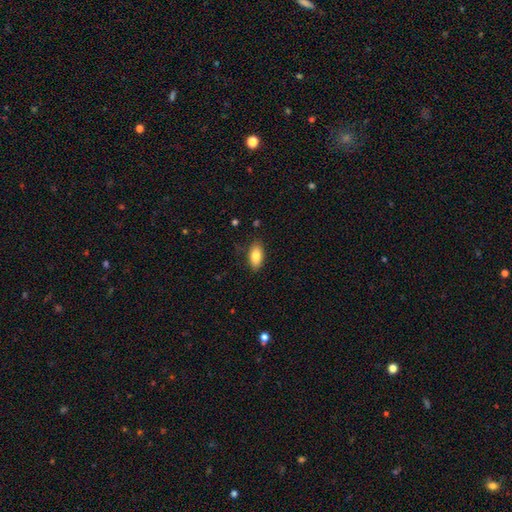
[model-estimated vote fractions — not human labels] This is clearly a smooth galaxy (81%). How rounded: clearly in between (90%). Merging: clearly none (83%).